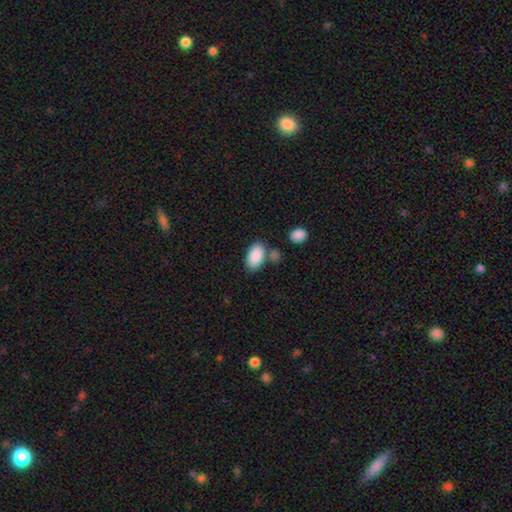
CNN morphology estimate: smooth 89%, star or artifact 7%, featured or disk 5%. Down the decision tree: how rounded — in between (94%); merging — none (66%).